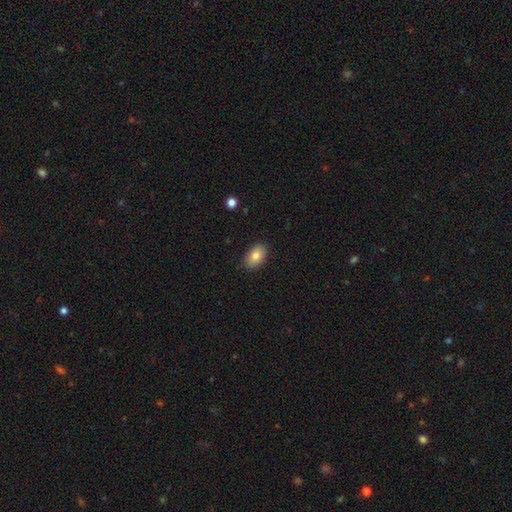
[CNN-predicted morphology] Smooth or featured? smooth (82%)
How rounded? in between (90%)
Merging? none (88%)